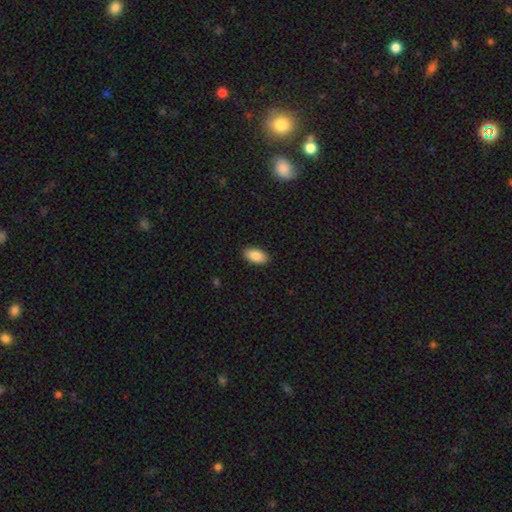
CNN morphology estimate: The model was most divided on "smooth or featured": smooth: 88%, star or artifact: 7%, featured or disk: 5%. More confident: how rounded — in between (94%); merging — none (89%).